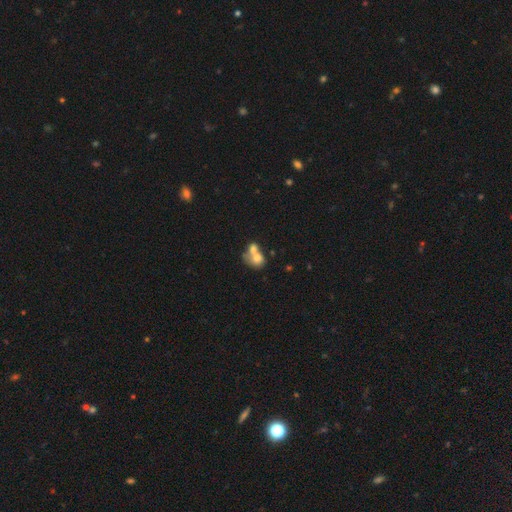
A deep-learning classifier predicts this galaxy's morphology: The model was most divided on "how rounded": round: 51%, in between: 48%, cigar-shaped: 1%. More confident: merging — merger (70%); smooth or featured — smooth (68%).